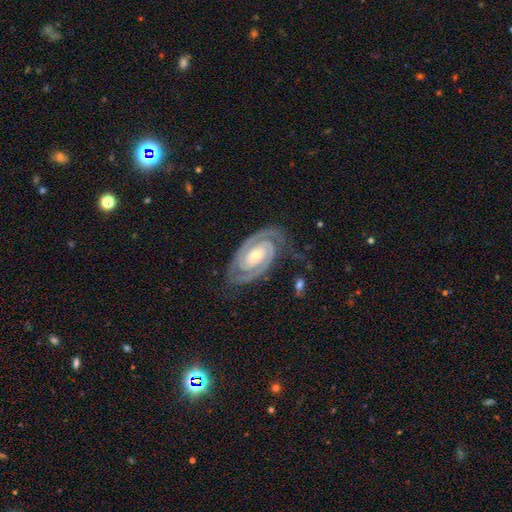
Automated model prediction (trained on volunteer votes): Q: Smooth or featured?
A: featured or disk (93%); runner-up: star or artifact (4%)
Q: Edge-on disk?
A: no (97%); runner-up: yes (3%)
Q: Bar?
A: no (47%); runner-up: weak (30%)
Q: Spiral arms?
A: yes (99%); runner-up: no (1%)
Q: Spiral winding?
A: tight (79%); runner-up: medium (19%)
Q: Spiral arm count?
A: 2 (91%); runner-up: 3 (3%)
Q: Bulge size?
A: small (49%); runner-up: moderate (47%)
Q: Merging?
A: none (80%); runner-up: minor disturbance (14%)